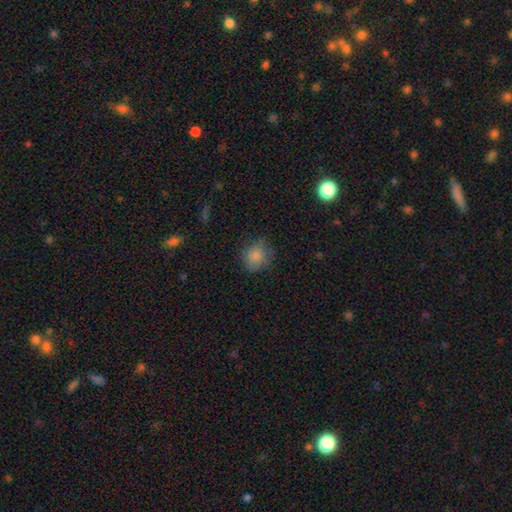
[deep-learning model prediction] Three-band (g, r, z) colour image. It shows a smooth galaxy with no disk features (84%) that is round (71%). Merging: none (72%).